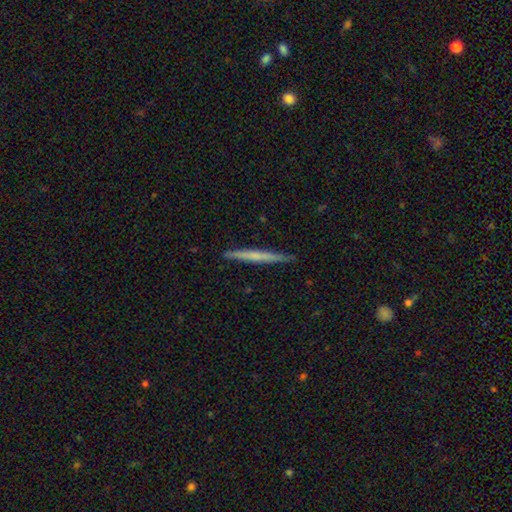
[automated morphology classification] Smooth or featured?
  - smooth: 51% *
  - featured or disk: 43%
  - star or artifact: 5%
How rounded?
  - cigar-shaped: 97% *
  - in between: 2%
  - round: 1%
Merging?
  - none: 91% *
  - minor disturbance: 7%
  - major disturbance: 1%
  - merger: 1%